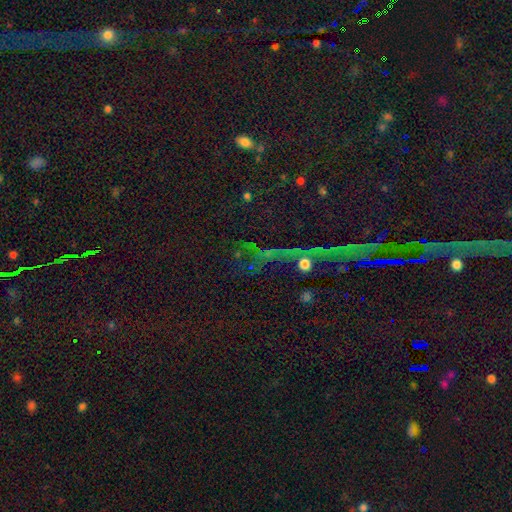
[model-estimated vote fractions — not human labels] Overall: star or artifact (74%).